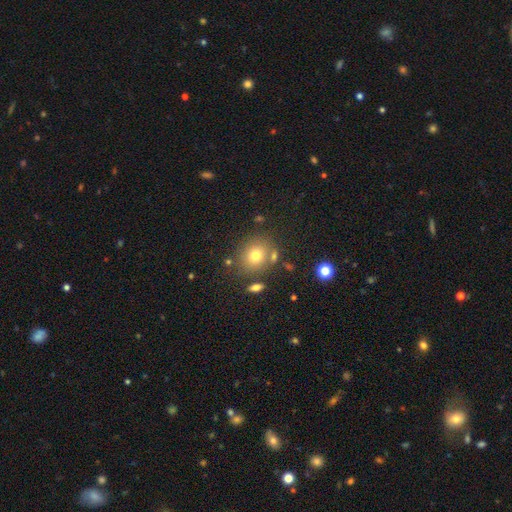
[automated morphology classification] smooth_or_featured: smooth (p=0.74) [alt: star or artifact p=0.13]
how_rounded: round (p=0.70) [alt: in between p=0.29]
merging: none (p=0.74) [alt: minor disturbance p=0.12]